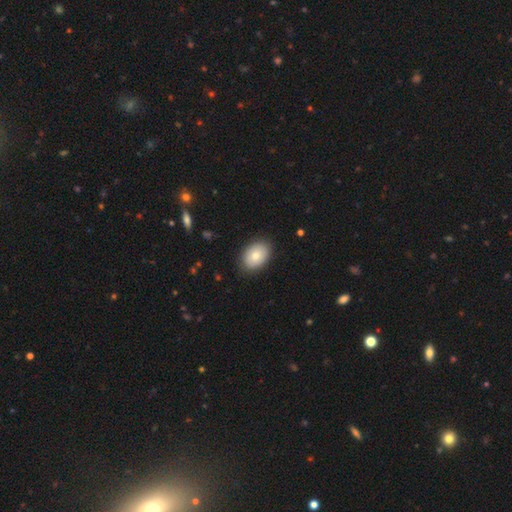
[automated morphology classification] Smooth or featured: smooth — 80% (featured or disk — 13%)
How rounded: in between — 82% (round — 17%)
Merging: none — 87% (minor disturbance — 10%)